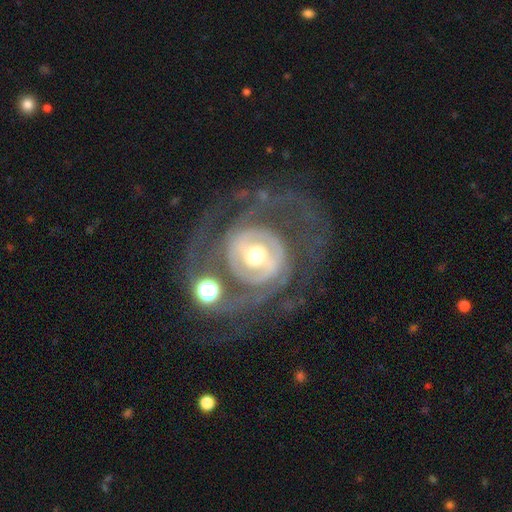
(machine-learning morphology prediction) Smooth or featured? featured or disk (83%)
Edge-on disk? no (97%)
Bar? no (44%)
Spiral arms? yes (82%)
Spiral winding? tight (51%)
Spiral arm count? 2 (48%)
Bulge size? moderate (66%)
Merging? none (59%)